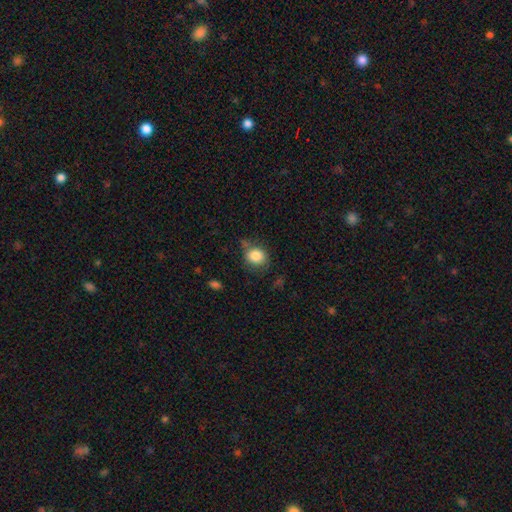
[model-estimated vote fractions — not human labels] Overall: smooth (84%). How rounded: round (69%; in between 30%). Merging: none (64%).